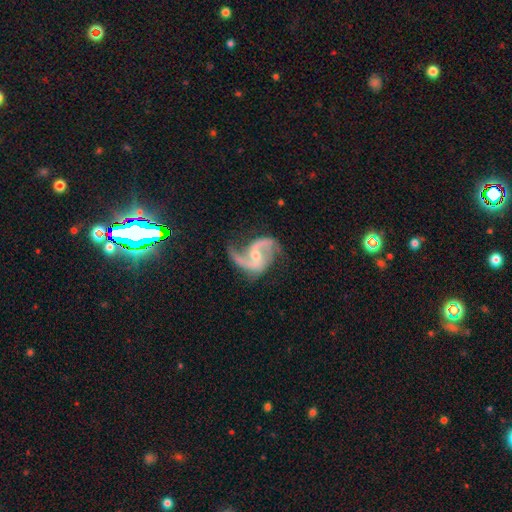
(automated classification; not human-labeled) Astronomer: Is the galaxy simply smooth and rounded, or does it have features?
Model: featured or disk — 92%.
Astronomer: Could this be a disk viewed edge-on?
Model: no — 98%.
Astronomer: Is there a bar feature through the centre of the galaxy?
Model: no — 42% (runner-up: weak, 41%).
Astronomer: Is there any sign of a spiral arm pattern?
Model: yes — 98%.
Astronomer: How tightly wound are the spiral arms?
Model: loose — 51% (runner-up: medium, 41%).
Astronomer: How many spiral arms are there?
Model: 2 — 91%.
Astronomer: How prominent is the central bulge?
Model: small — 52% (runner-up: moderate, 44%).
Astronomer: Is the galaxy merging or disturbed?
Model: none — 67%.